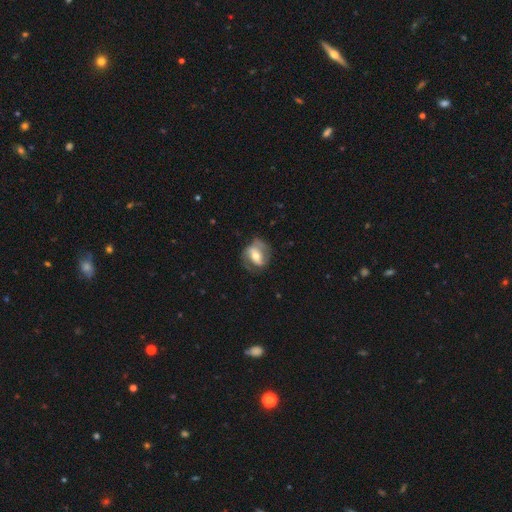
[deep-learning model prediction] Q: Smooth or featured?
A: featured or disk (69%); runner-up: smooth (25%)
Q: Edge-on disk?
A: no (95%); runner-up: yes (5%)
Q: Bar?
A: strong (40%); runner-up: weak (35%)
Q: Spiral arms?
A: yes (79%); runner-up: no (21%)
Q: Spiral winding?
A: medium (45%); runner-up: tight (30%)
Q: Spiral arm count?
A: 2 (77%); runner-up: can't tell (11%)
Q: Bulge size?
A: moderate (67%); runner-up: small (23%)
Q: Merging?
A: none (65%); runner-up: minor disturbance (20%)